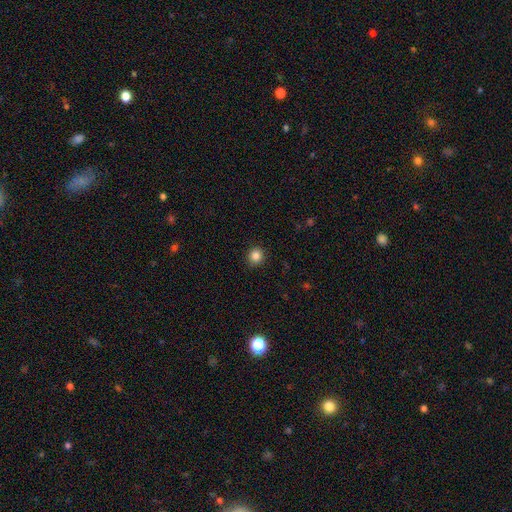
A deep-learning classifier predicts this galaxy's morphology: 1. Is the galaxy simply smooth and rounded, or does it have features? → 85% smooth, 11% star or artifact, 4% featured or disk.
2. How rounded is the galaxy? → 88% round, 11% in between, 1% cigar-shaped.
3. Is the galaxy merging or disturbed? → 91% none, 6% minor disturbance, 2% major disturbance, 1% merger.